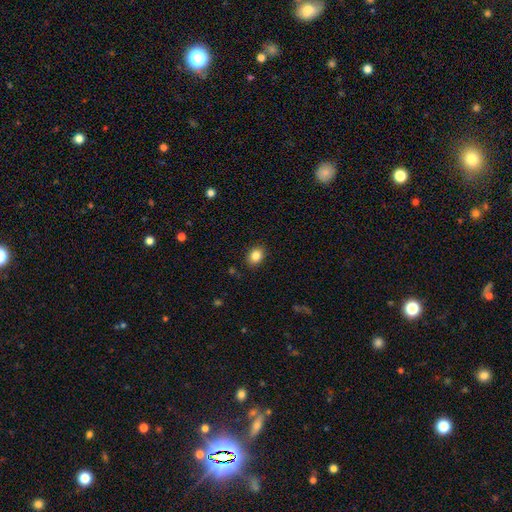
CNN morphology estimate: This appears to be a smooth galaxy with no disk features (86%) that is in between round and cigar-shaped (56%). Merging: none (88%).